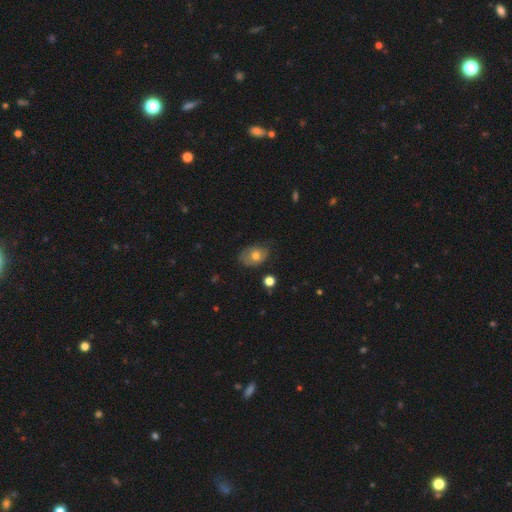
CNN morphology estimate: Overall: smooth (64%; featured or disk 28%). How rounded: in between (73%). Merging: none (62%; minor disturbance 29%).